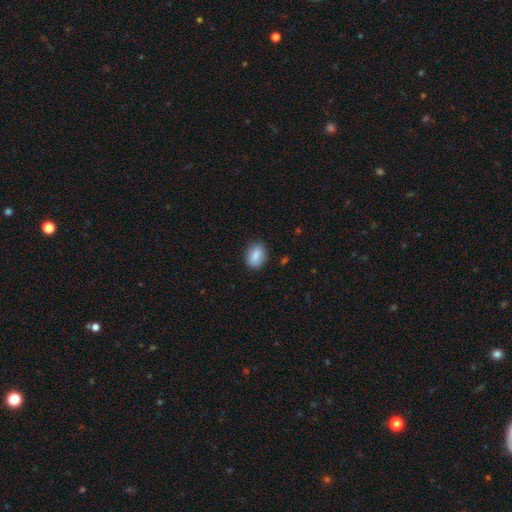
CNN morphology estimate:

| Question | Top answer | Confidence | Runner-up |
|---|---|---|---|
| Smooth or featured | smooth | 87% | star or artifact (7%) |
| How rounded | in between | 77% | round (22%) |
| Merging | none | 84% | minor disturbance (12%) |